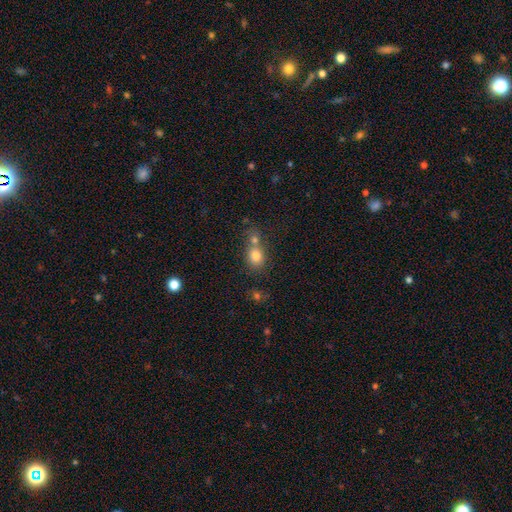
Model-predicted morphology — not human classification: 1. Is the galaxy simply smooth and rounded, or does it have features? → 79% smooth, 11% star or artifact, 10% featured or disk.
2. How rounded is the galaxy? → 60% round, 39% in between, 1% cigar-shaped.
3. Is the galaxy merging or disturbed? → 45% merger, 41% none, 9% minor disturbance, 4% major disturbance.